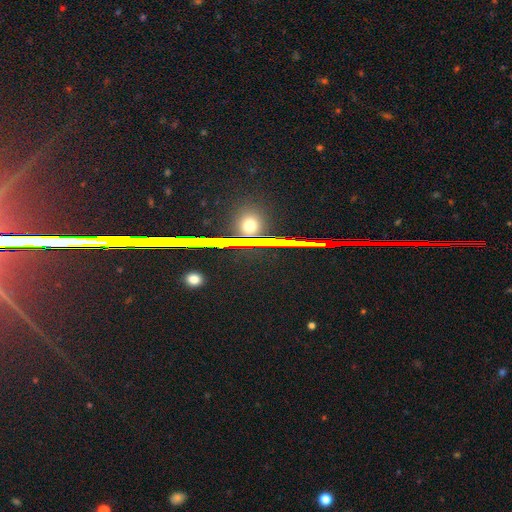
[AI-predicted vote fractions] The model was most divided on "smooth or featured": star or artifact: 84%, featured or disk: 9%, smooth: 7%.